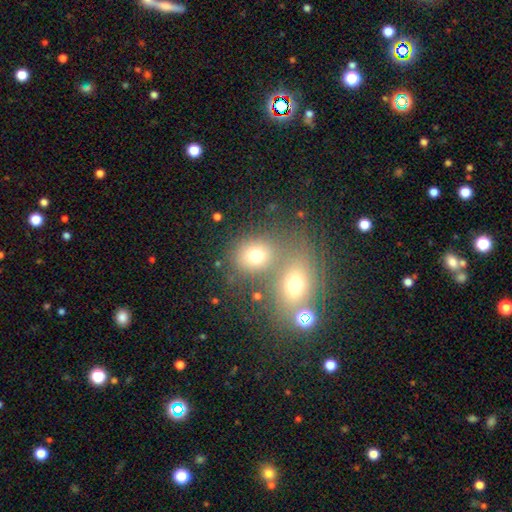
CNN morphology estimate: The model was most divided on "merging": none: 45%, merger: 42%, minor disturbance: 8%, major disturbance: 5%. More confident: smooth or featured — smooth (72%); how rounded — round (63%).